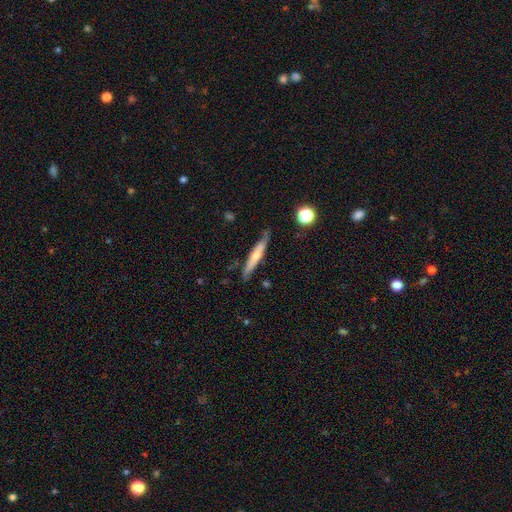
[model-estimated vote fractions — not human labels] A smooth galaxy with no disk features (55%) that is cigar-shaped (93%).

Vote fractions:
- Smooth or featured? smooth: 55% / featured or disk: 39% / star or artifact: 6%
- How rounded? cigar-shaped: 93% / in between: 6% / round: 2%
- Merging? none: 77% / minor disturbance: 17% / major disturbance: 3% / merger: 2%